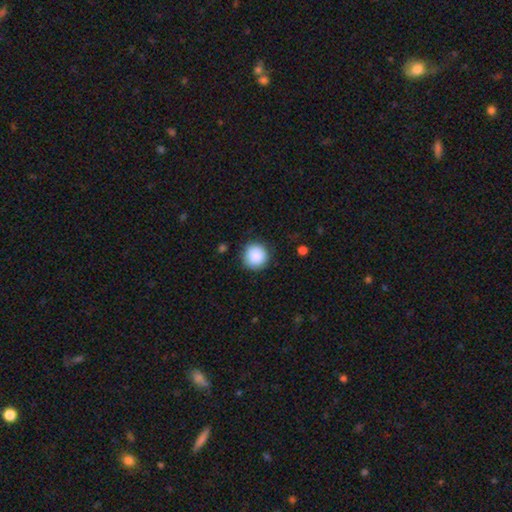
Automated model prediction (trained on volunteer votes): Smooth or featured? smooth (89%)
How rounded? round (95%)
Merging? none (88%)